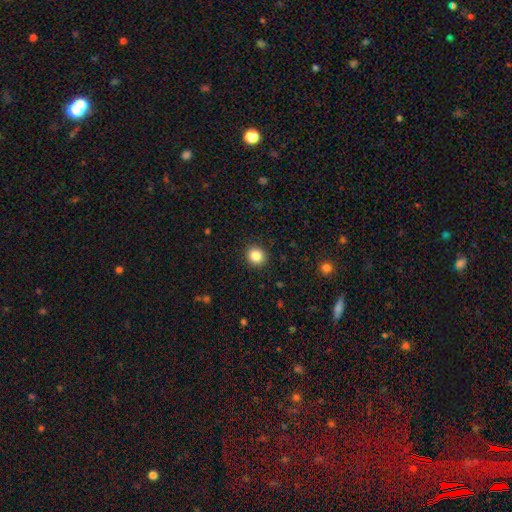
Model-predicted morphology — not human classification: Q: Smooth or featured?
A: smooth (85%); runner-up: star or artifact (10%)
Q: How rounded?
A: round (83%); runner-up: in between (16%)
Q: Merging?
A: none (91%); runner-up: minor disturbance (6%)